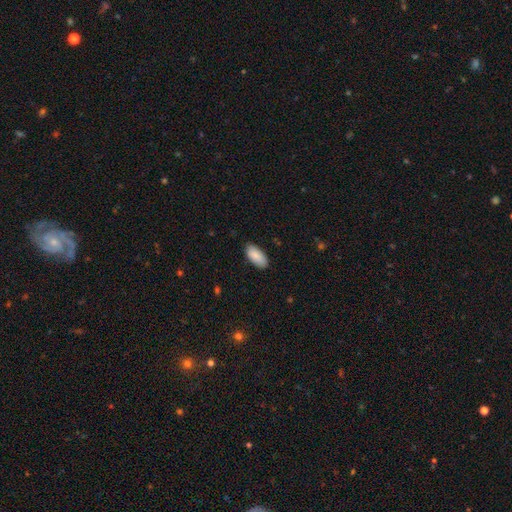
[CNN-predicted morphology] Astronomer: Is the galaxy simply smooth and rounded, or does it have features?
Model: smooth — 88%.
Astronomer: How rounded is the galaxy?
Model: in between — 92%.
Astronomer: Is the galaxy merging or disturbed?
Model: none — 86%.